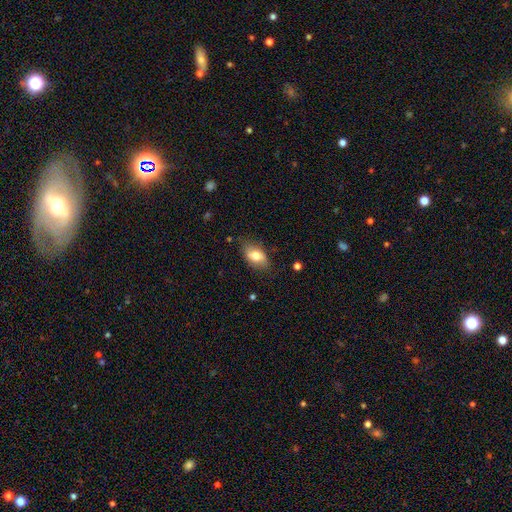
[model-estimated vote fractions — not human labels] Smooth or featured: smooth — 73% (featured or disk — 20%)
How rounded: in between — 90% (round — 8%)
Merging: none — 77% (minor disturbance — 18%)